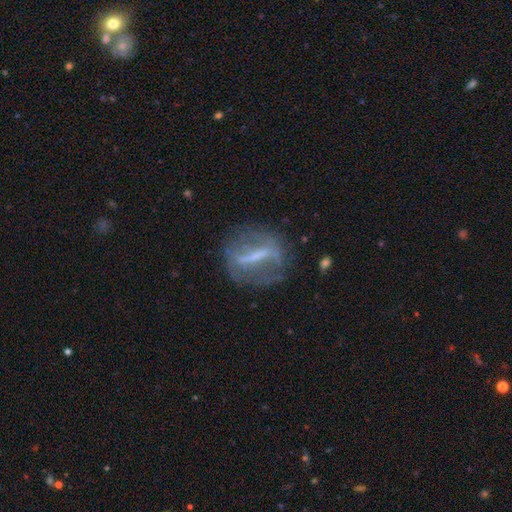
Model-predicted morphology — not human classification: featured or disk 71%, smooth 19%, star or artifact 10%. Down the decision tree: edge-on disk — no (80%); bar — strong (73%); spiral arms — no (58%); bulge size — none (37%, tied with small); merging — none (71%).